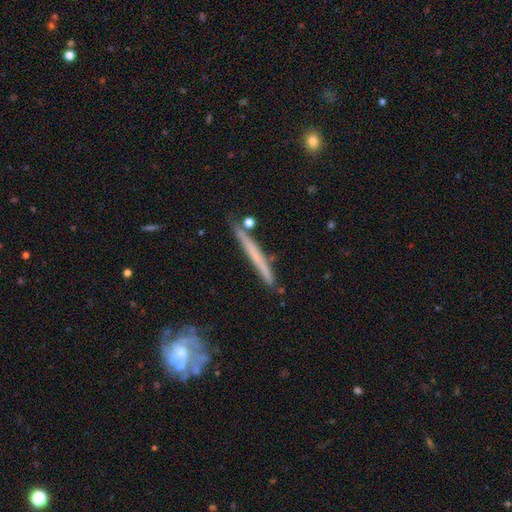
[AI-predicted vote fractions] The model was most divided on "smooth or featured": featured or disk: 52%, smooth: 42%, star or artifact: 6%. More confident: edge-on disk — yes (94%); merging — none (85%).